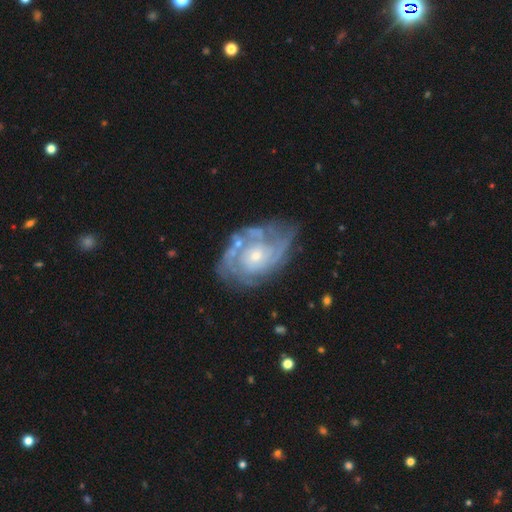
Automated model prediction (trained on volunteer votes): smooth-or-featured: featured or disk: 86% | smooth: 8% | star or artifact: 6%
  disk-edge-on: no: 97% | yes: 3%
    bar: no: 76% | weak: 20% | strong: 4%
    has-spiral-arms: yes: 93% | no: 7%
      spiral-winding: tight: 62% | medium: 30% | loose: 8%
      spiral-arm-count: can't tell: 33% | 2: 27% | 3: 19% | 4: 10% | more than 4: 5% | 1: 5%
    bulge-size: small: 65% | moderate: 31% | large: 2% | none: 2% | dominant: 1%
  merging: none: 63% | minor disturbance: 22% | major disturbance: 11% | merger: 4%